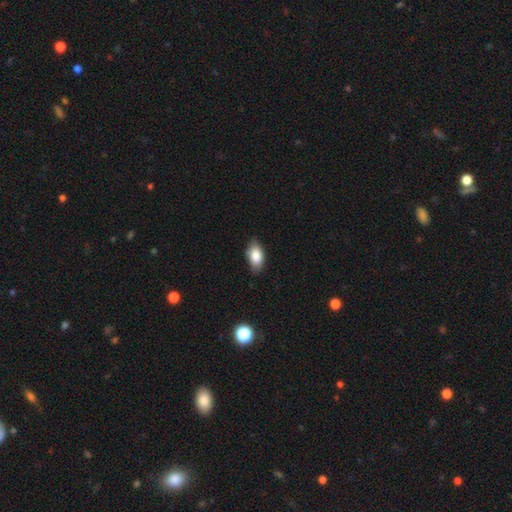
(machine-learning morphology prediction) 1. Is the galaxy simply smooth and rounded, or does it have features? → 84% smooth, 8% featured or disk, 7% star or artifact.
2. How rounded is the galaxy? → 92% in between, 4% round, 4% cigar-shaped.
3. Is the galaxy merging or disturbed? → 81% none, 16% minor disturbance, 2% major disturbance, 1% merger.